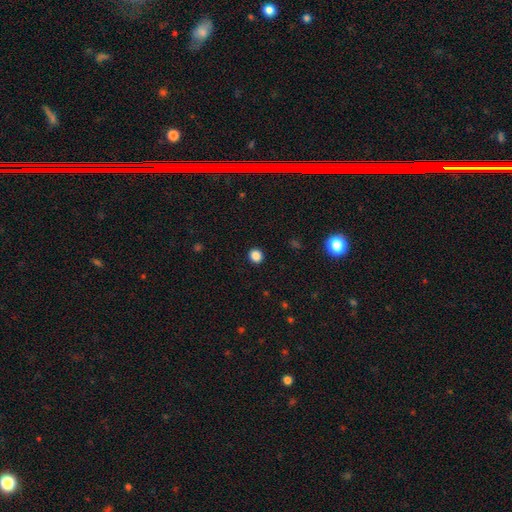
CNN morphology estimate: Smooth or featured?
  - smooth: 86% *
  - star or artifact: 11%
  - featured or disk: 3%
How rounded?
  - round: 84% *
  - in between: 15%
  - cigar-shaped: 1%
Merging?
  - none: 92% *
  - minor disturbance: 5%
  - major disturbance: 2%
  - merger: 1%